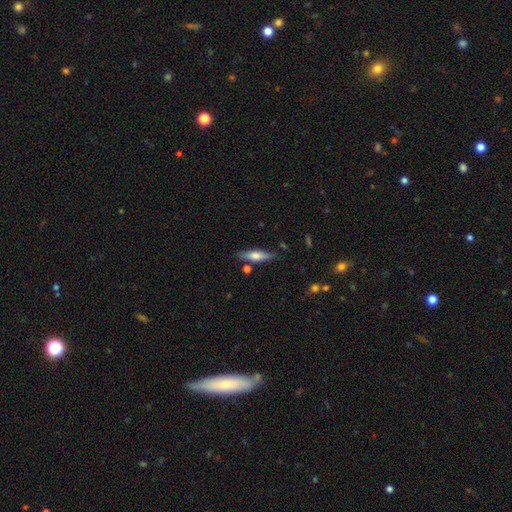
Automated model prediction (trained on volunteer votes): smooth 51%, featured or disk 43%, star or artifact 6%. Down the decision tree: how rounded — cigar-shaped (71%); merging — none (81%).